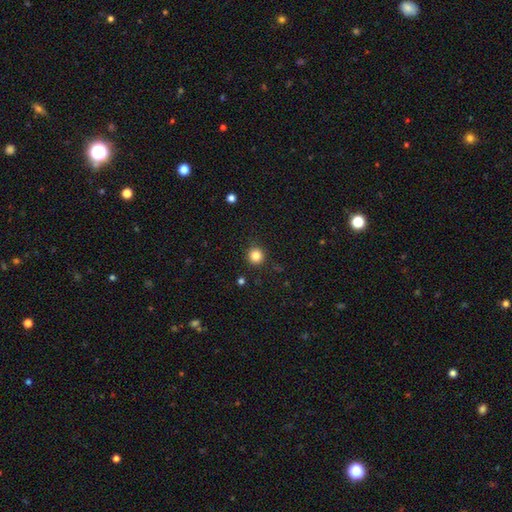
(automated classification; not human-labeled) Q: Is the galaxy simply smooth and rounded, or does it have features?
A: smooth — 84%.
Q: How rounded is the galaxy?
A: round — 93%.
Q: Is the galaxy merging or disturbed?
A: none — 89%.